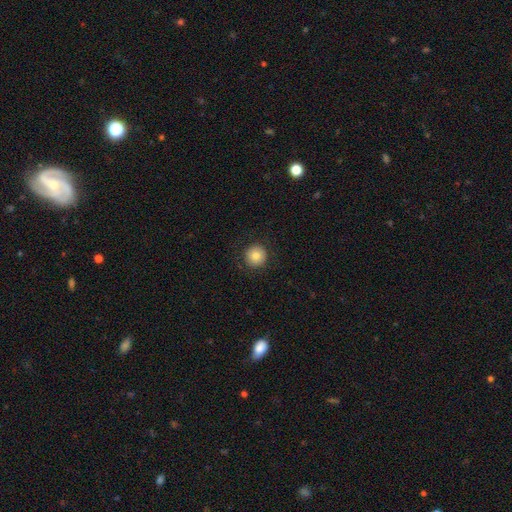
smooth 92%, star or artifact 5%, featured or disk 3%. Down the decision tree: how rounded — round (100%); merging — none (92%).